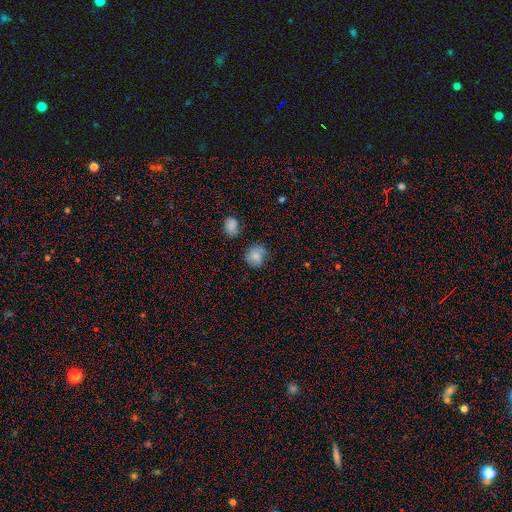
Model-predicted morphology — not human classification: smooth 73%, featured or disk 16%, star or artifact 11%. Down the decision tree: how rounded — round (77%); merging — none (60%).